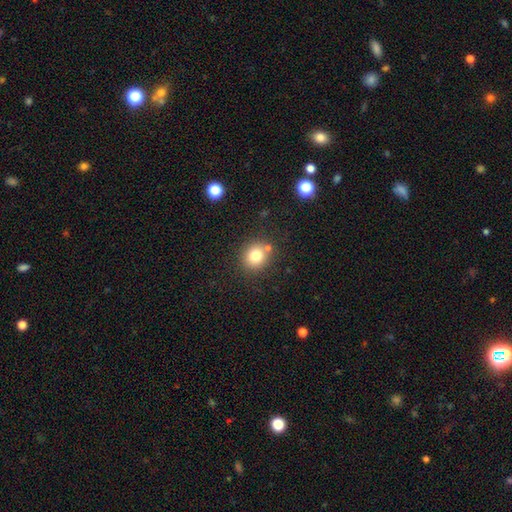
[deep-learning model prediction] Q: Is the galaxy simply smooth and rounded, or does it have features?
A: smooth — 78%.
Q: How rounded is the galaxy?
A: round — 83%.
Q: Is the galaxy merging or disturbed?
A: none — 78%.